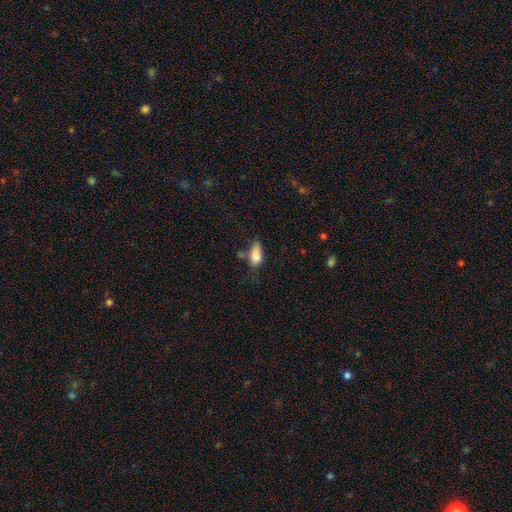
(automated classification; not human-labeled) smooth_or_featured: smooth (p=0.82) [alt: featured or disk p=0.09]
how_rounded: in between (p=0.86) [alt: cigar-shaped p=0.09]
merging: none (p=0.38) [alt: minor disturbance p=0.36]